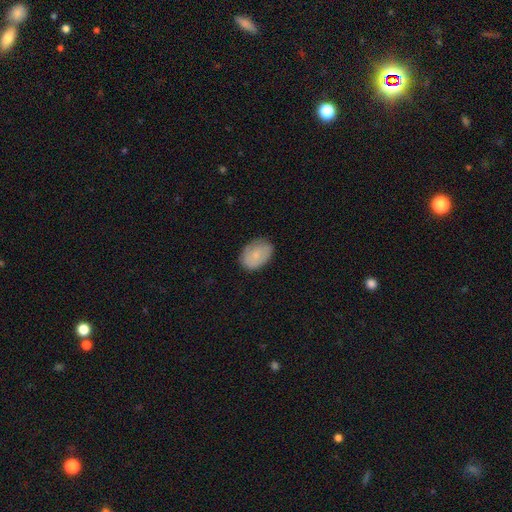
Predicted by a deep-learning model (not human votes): This appears to be a smooth galaxy with no disk features (69%) that is in between round and cigar-shaped (75%). Merging: none (76%).